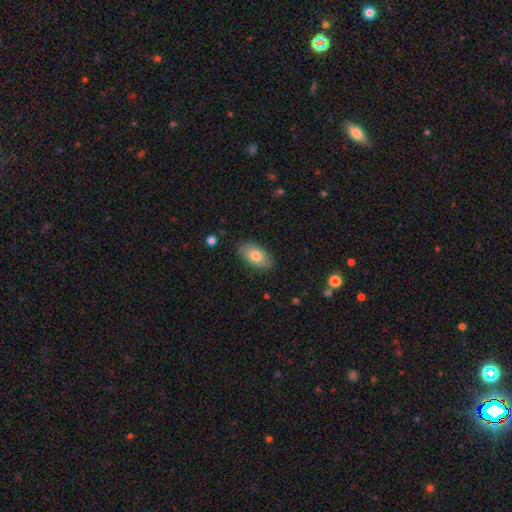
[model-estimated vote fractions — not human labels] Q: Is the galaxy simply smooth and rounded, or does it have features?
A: smooth — 77%.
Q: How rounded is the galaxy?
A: in between — 93%.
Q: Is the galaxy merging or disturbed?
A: none — 86%.